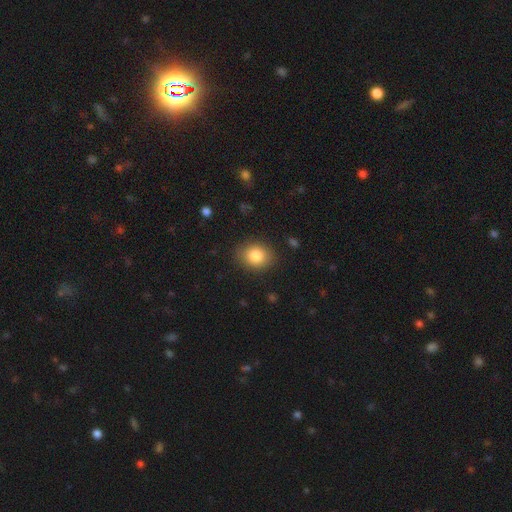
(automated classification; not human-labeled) This appears to be a smooth galaxy with no disk features (84%) that is round (50%). Merging: none (85%).